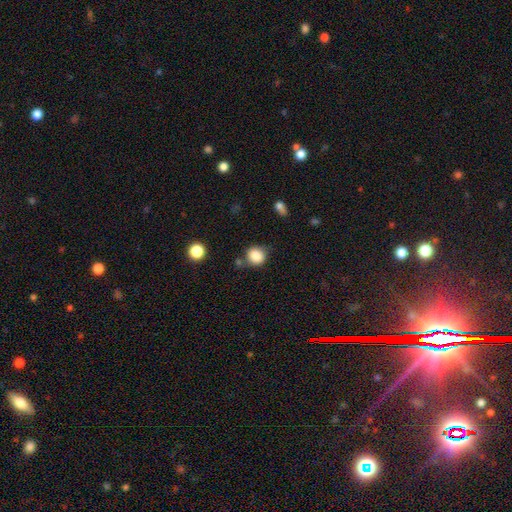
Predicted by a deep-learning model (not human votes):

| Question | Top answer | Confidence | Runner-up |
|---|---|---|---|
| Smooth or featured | smooth | 85% | star or artifact (10%) |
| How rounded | round | 83% | in between (16%) |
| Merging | none | 73% | minor disturbance (15%) |